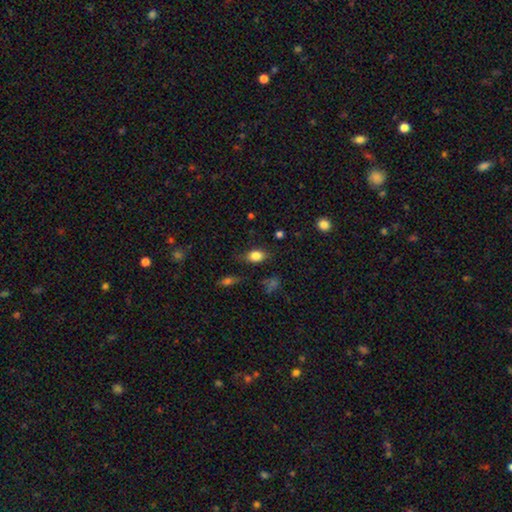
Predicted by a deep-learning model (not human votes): This is clearly a smooth galaxy (82%). How rounded: likely in between (77%). Merging: likely none (75%).